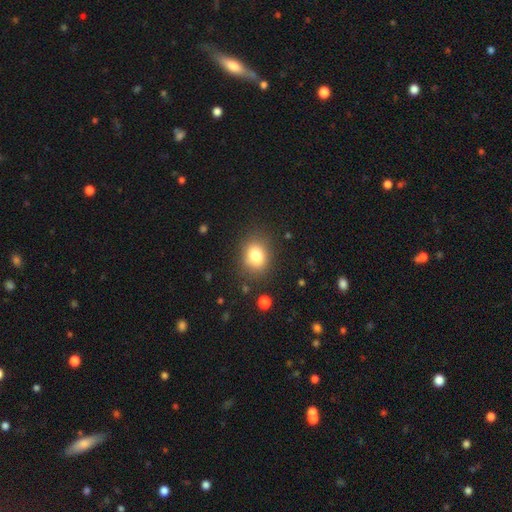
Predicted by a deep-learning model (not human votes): smooth_or_featured: smooth (p=0.80) [alt: star or artifact p=0.11]
how_rounded: round (p=0.55) [alt: in between p=0.44]
merging: none (p=0.83) [alt: minor disturbance p=0.11]